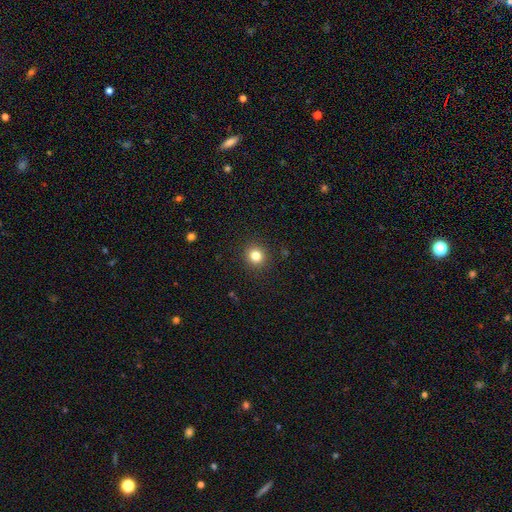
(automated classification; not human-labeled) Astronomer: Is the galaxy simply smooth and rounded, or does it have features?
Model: smooth — 81%.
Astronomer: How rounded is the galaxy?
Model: round — 88%.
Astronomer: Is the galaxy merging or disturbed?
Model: none — 91%.